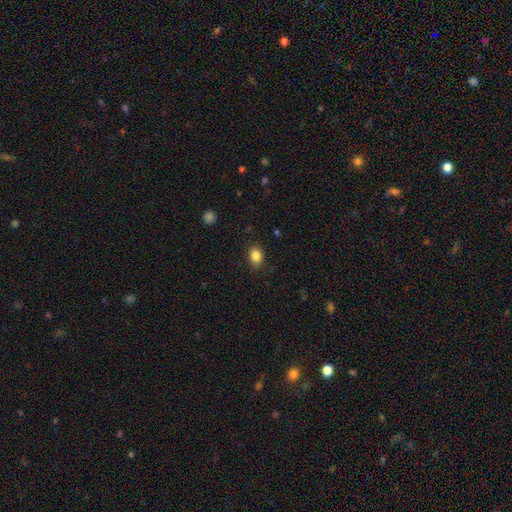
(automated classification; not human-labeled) Smooth or featured? smooth (86%)
How rounded? in between (63%)
Merging? none (87%)